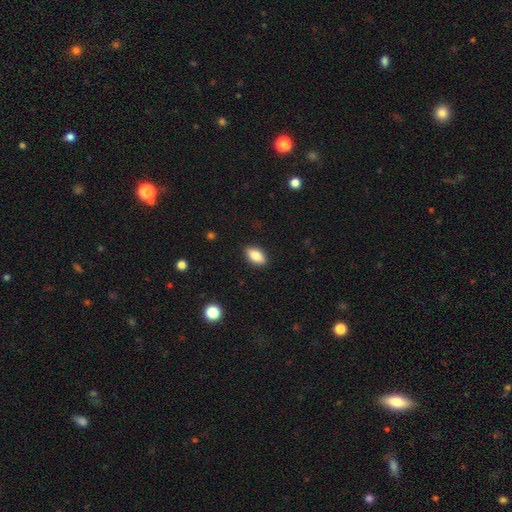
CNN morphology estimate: Smooth or featured: smooth — 80% (featured or disk — 12%)
How rounded: in between — 89% (cigar-shaped — 6%)
Merging: none — 88% (minor disturbance — 8%)